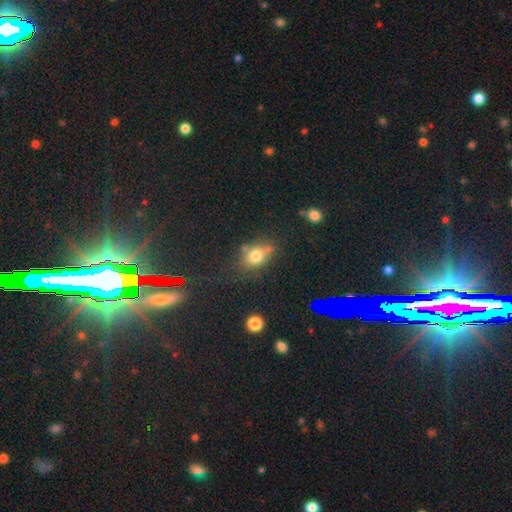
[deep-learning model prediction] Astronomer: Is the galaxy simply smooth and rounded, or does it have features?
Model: smooth — 72%.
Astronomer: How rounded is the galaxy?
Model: in between — 65%.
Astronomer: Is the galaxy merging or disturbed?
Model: none — 58%.